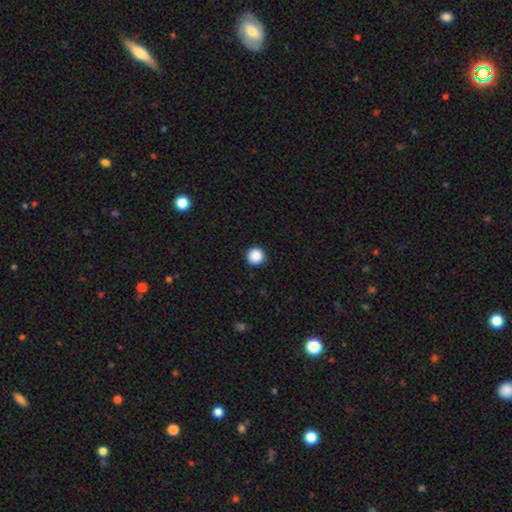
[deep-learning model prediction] A smooth galaxy with no disk features (88%) that is round (96%).

Vote fractions:
- Smooth or featured? smooth: 88% / star or artifact: 9% / featured or disk: 2%
- How rounded? round: 96% / in between: 3% / cigar-shaped: 1%
- Merging? none: 92% / minor disturbance: 5% / major disturbance: 2% / merger: 1%